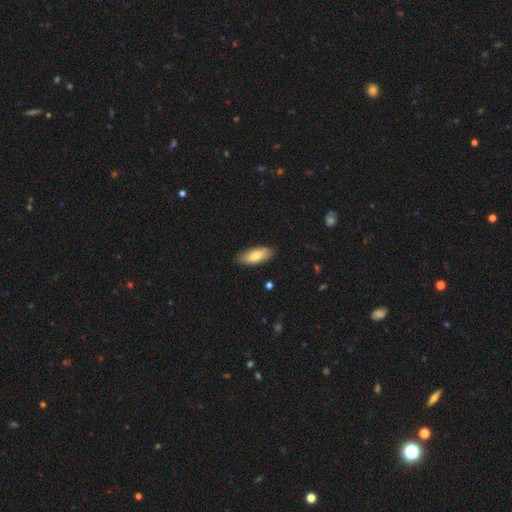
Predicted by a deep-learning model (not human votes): smooth-or-featured: smooth: 78% | featured or disk: 16% | star or artifact: 6%
  how-rounded: in between: 80% | cigar-shaped: 18% | round: 2%
  merging: none: 85% | minor disturbance: 11% | major disturbance: 2% | merger: 1%